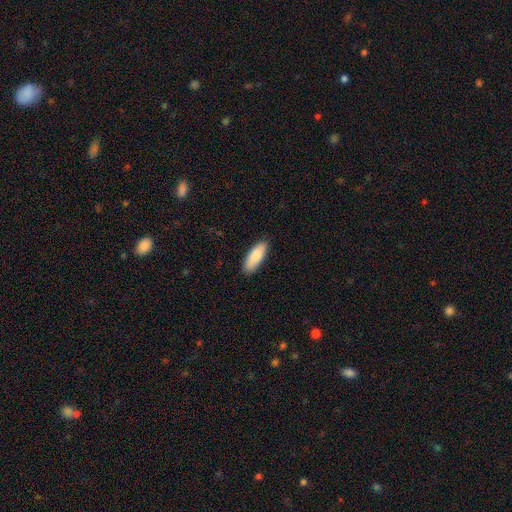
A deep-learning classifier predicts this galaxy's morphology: Overall: smooth (86%). How rounded: in between (69%). Merging: none (86%).